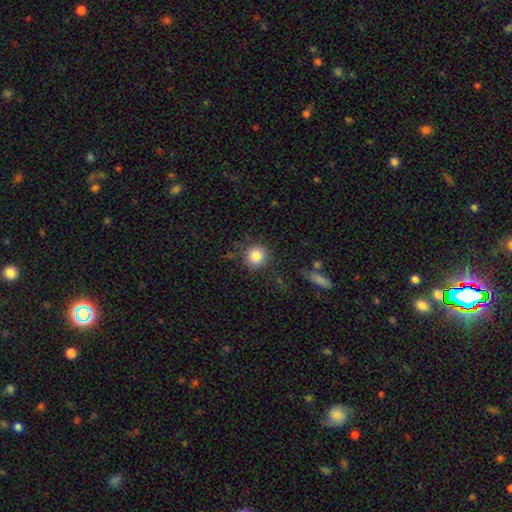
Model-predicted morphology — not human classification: This appears to be a smooth galaxy with no disk features (85%) that is round (92%). Merging: none (83%).